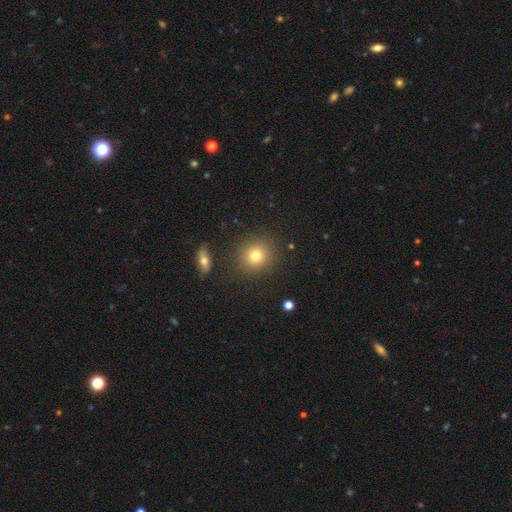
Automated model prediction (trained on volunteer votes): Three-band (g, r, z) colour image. It shows a smooth galaxy with no disk features (77%) that is round (87%). Merging: none (86%).